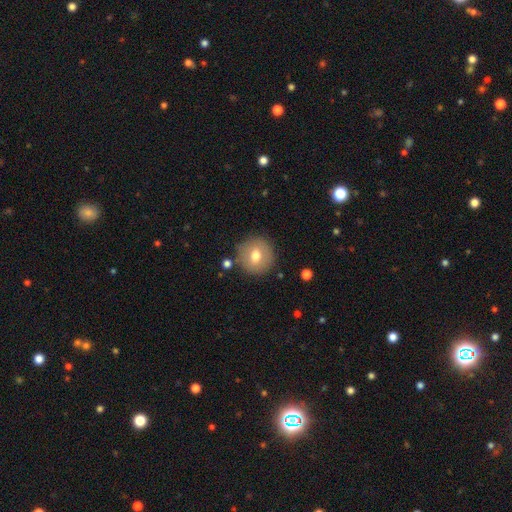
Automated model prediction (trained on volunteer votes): smooth_or_featured: smooth (p=0.70) [alt: featured or disk p=0.21]
how_rounded: round (p=0.93) [alt: in between p=0.06]
merging: none (p=0.85) [alt: minor disturbance p=0.09]